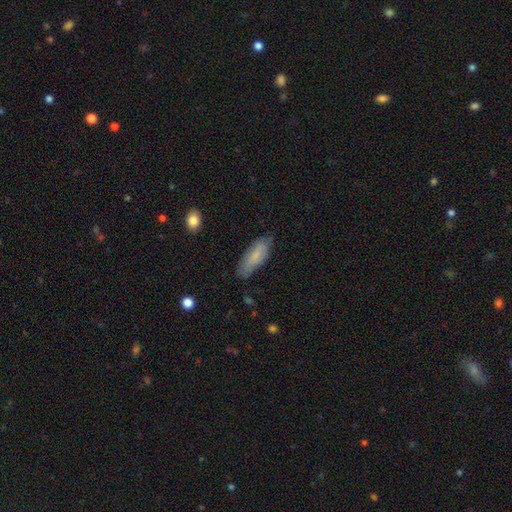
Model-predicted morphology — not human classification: smooth-or-featured: smooth: 73% | featured or disk: 21% | star or artifact: 6%
  how-rounded: in between: 67% | cigar-shaped: 31% | round: 2%
  merging: none: 73% | minor disturbance: 21% | major disturbance: 4% | merger: 1%